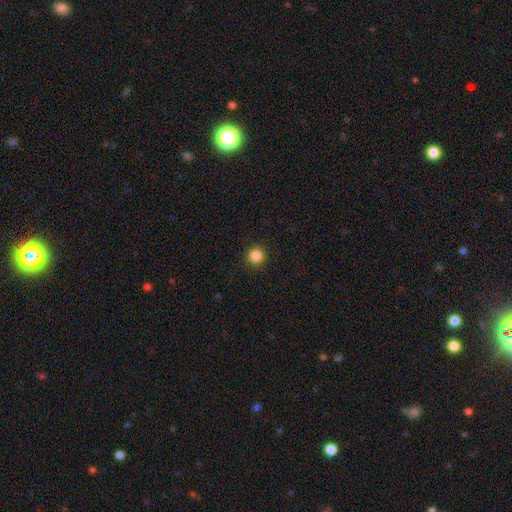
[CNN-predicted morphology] smooth 85%, star or artifact 11%, featured or disk 4%. Down the decision tree: how rounded — round (95%); merging — none (93%).